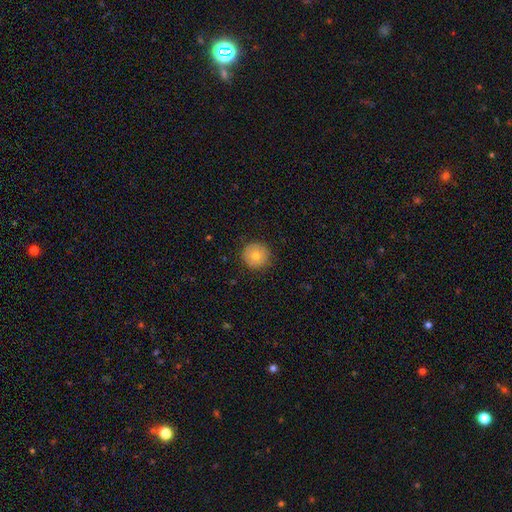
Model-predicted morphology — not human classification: Smooth or featured? smooth (74%)
How rounded? round (95%)
Merging? none (88%)